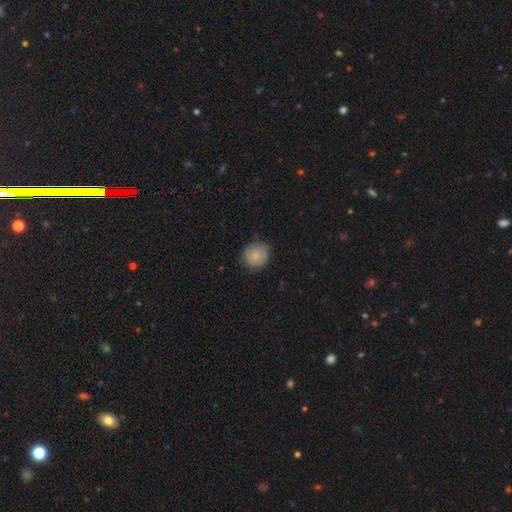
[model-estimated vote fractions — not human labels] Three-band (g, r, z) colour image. It shows a smooth galaxy with no disk features (75%) that is round (84%). Merging: none (73%).